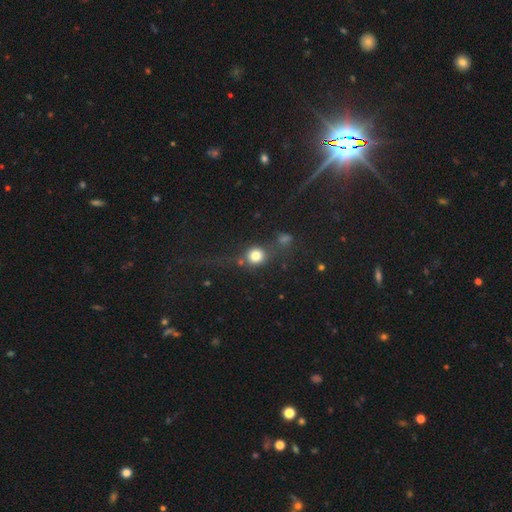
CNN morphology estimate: Smooth or featured? smooth (78%)
How rounded? round (85%)
Merging? none (57%)